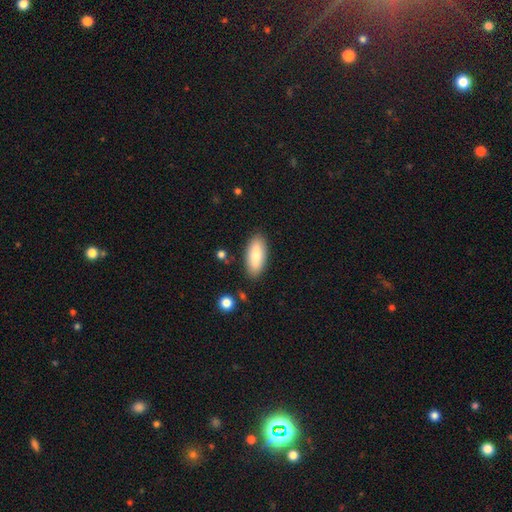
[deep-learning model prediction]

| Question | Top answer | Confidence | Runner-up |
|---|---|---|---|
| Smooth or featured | smooth | 78% | featured or disk (16%) |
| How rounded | in between | 83% | cigar-shaped (15%) |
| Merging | none | 85% | minor disturbance (10%) |